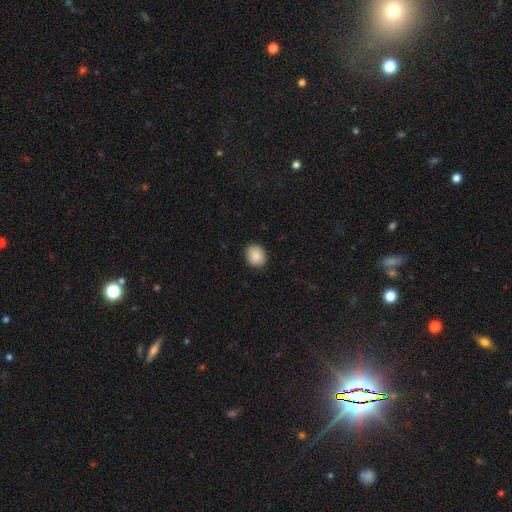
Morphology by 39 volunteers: Overall: smooth (82%). How rounded: round (78%). Merging: none (81%).